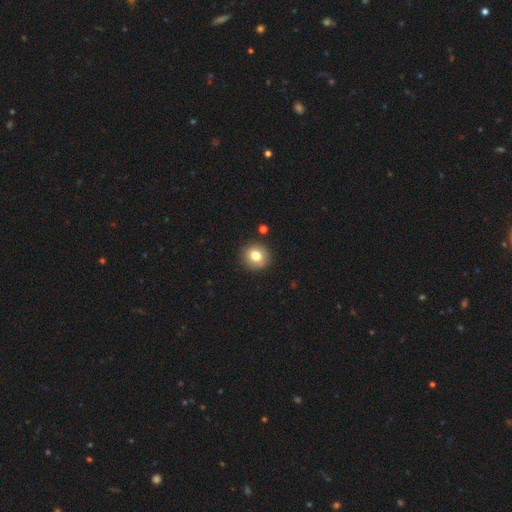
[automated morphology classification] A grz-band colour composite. It shows a smooth galaxy with no disk features (79%) that is round (88%). Merging: none (87%).